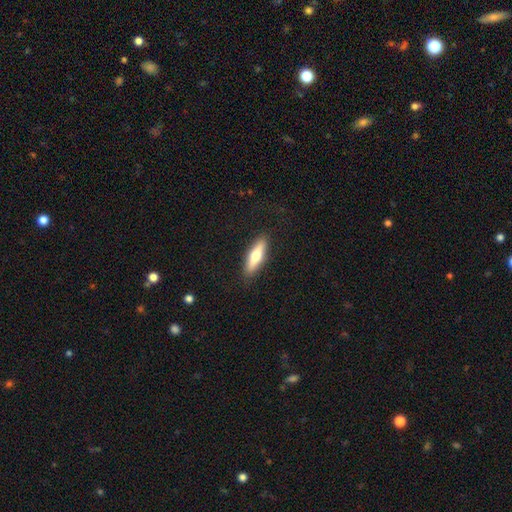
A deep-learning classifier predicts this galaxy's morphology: smooth 58%, featured or disk 36%, star or artifact 6%. Down the decision tree: how rounded — cigar-shaped (64%); merging — none (88%).